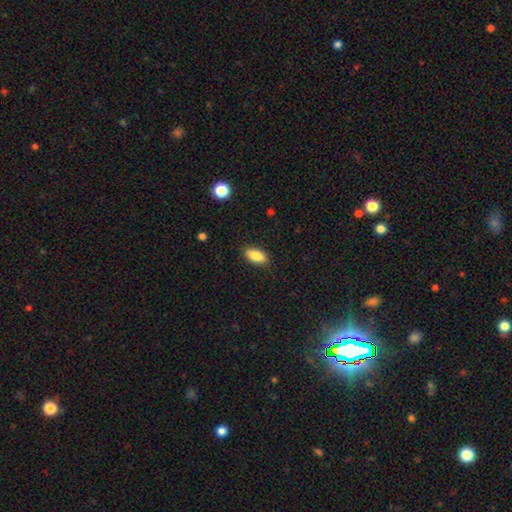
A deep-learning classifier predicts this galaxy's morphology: Overall: smooth (87%). How rounded: in between (90%). Merging: none (88%).